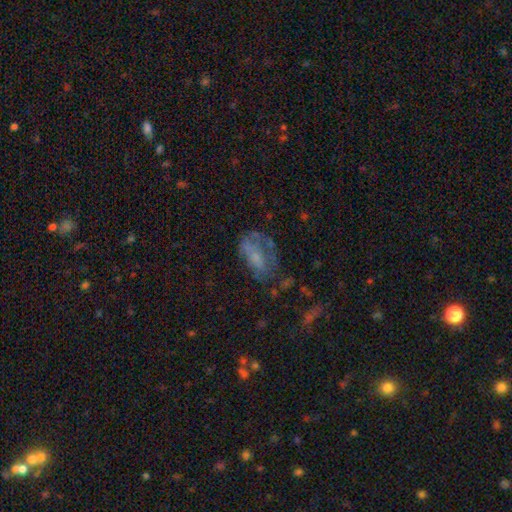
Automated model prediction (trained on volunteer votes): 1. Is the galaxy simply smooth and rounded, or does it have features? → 44% featured or disk (tied), 44% smooth (tied), 13% star or artifact.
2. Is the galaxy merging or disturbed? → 40% none, 30% major disturbance, 25% minor disturbance, 5% merger.